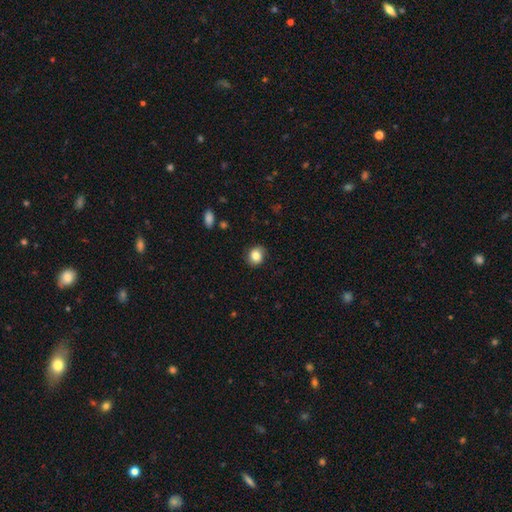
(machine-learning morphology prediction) A smooth galaxy with no disk features (82%) that is round (70%).

Vote fractions:
- Smooth or featured? smooth: 82% / star or artifact: 9% / featured or disk: 9%
- How rounded? round: 70% / in between: 29% / cigar-shaped: 1%
- Merging? none: 84% / minor disturbance: 12% / major disturbance: 3% / merger: 1%